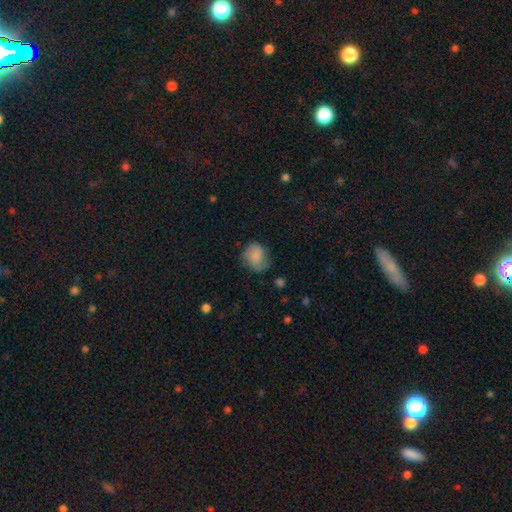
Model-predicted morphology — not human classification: A smooth galaxy with no disk features (68%) that is round (65%). Merging: none (60%).